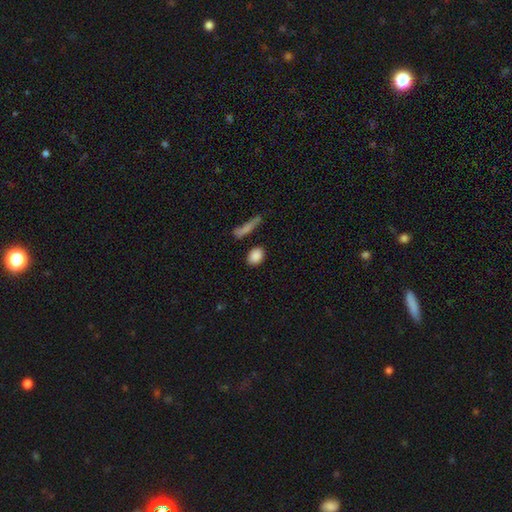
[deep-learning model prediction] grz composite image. It shows a smooth galaxy with no disk features (87%) that is in between round and cigar-shaped (52%). Merging: none (84%).